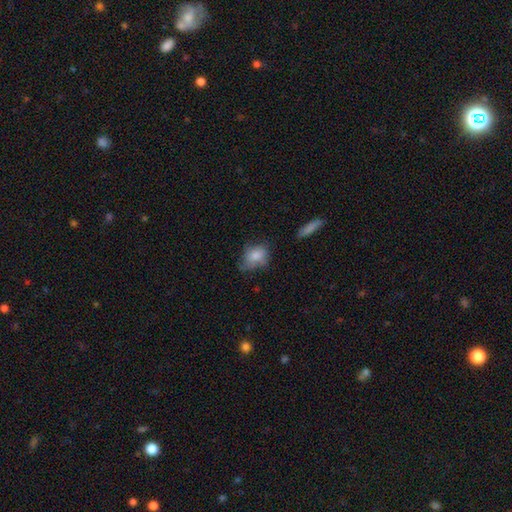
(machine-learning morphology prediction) A smooth galaxy with no disk features (80%) that is in between round and cigar-shaped (68%).

Vote fractions:
- Smooth or featured? smooth: 80% / featured or disk: 13% / star or artifact: 8%
- How rounded? in between: 68% / round: 30% / cigar-shaped: 2%
- Merging? none: 50% / minor disturbance: 34% / major disturbance: 12% / merger: 3%